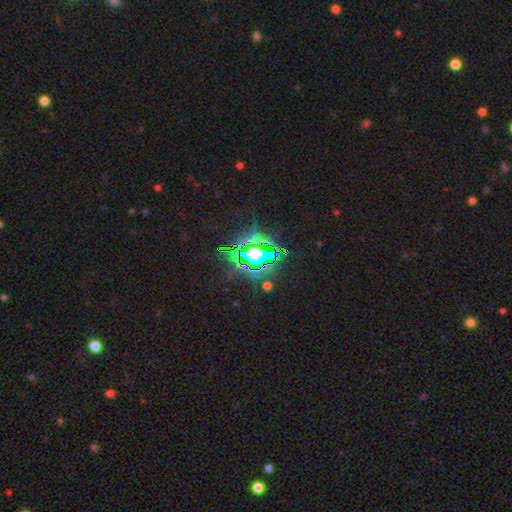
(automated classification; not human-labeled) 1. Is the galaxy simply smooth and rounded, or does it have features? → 73% star or artifact, 15% smooth, 11% featured or disk.